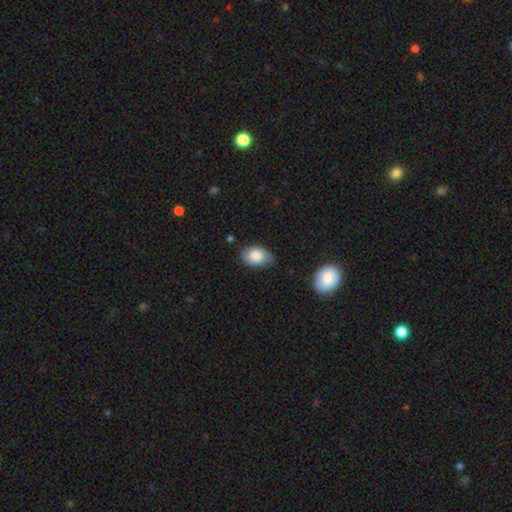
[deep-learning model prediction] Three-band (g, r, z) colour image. It shows a smooth galaxy with no disk features (81%) that is in between round and cigar-shaped (87%). Merging: none (65%).